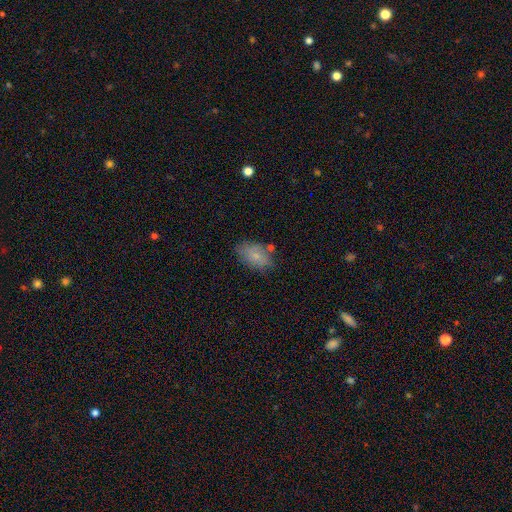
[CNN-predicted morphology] This is likely a smooth galaxy (71%). How rounded: clearly in between (89%). Merging: likely none (69%).